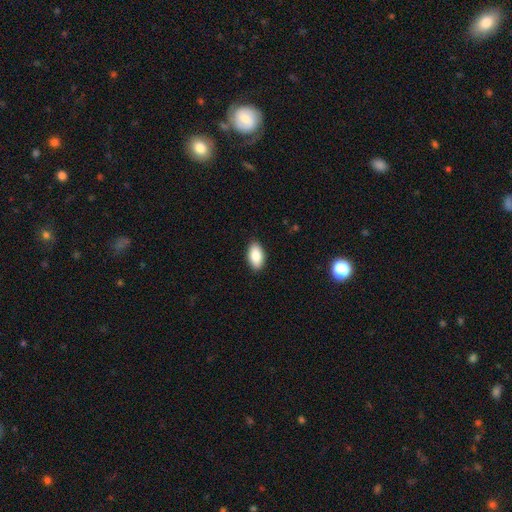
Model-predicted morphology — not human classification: Smooth or featured? smooth (86%)
How rounded? in between (94%)
Merging? none (89%)